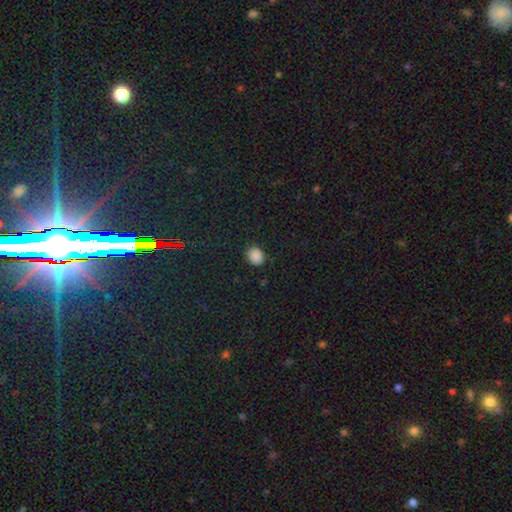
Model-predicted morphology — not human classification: Overall: smooth (86%). How rounded: round (71%). Merging: none (87%).